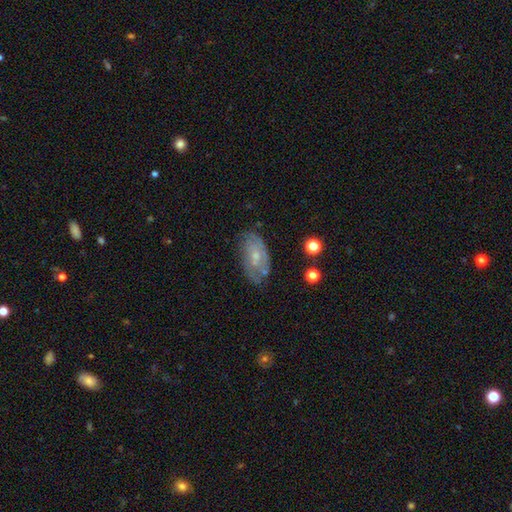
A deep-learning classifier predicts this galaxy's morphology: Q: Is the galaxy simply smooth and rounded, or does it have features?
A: featured or disk — 58%.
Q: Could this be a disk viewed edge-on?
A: no — 93%.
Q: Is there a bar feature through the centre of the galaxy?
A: no — 73%.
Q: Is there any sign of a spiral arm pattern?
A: yes — 64%.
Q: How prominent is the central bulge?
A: small — 66%.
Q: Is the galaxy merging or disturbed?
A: none — 61%.